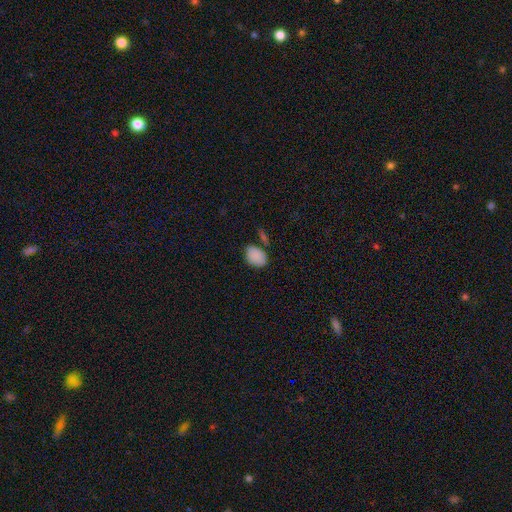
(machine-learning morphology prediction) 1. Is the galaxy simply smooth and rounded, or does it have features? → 88% smooth, 8% star or artifact, 4% featured or disk.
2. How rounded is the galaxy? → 78% in between, 21% round, 1% cigar-shaped.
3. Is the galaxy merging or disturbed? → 70% none, 16% minor disturbance, 10% merger, 4% major disturbance.